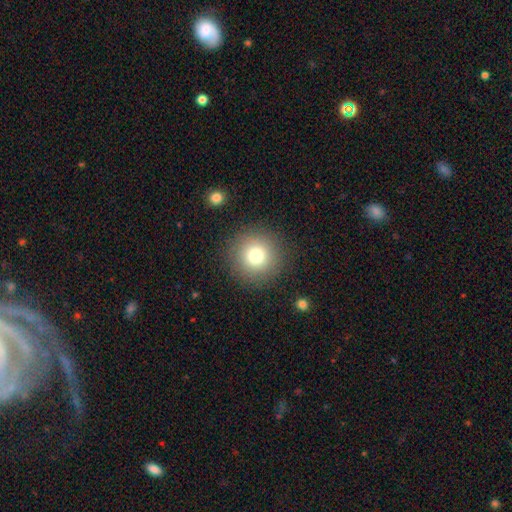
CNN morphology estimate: This is likely a smooth galaxy (78%). How rounded: clearly round (96%). Merging: clearly none (89%).